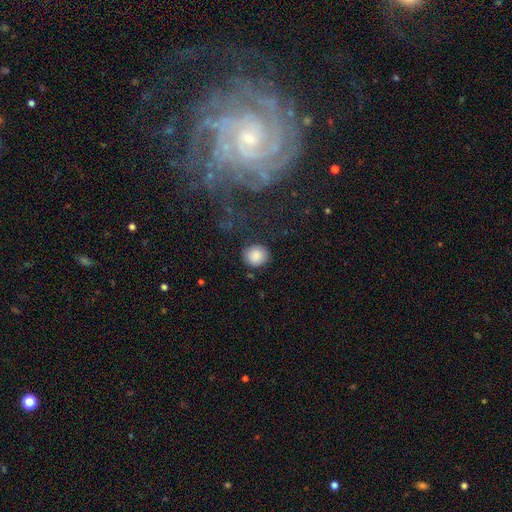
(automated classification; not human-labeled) Morphology: type=smooth (87%); roundness=round (85%); merging=none (85%).